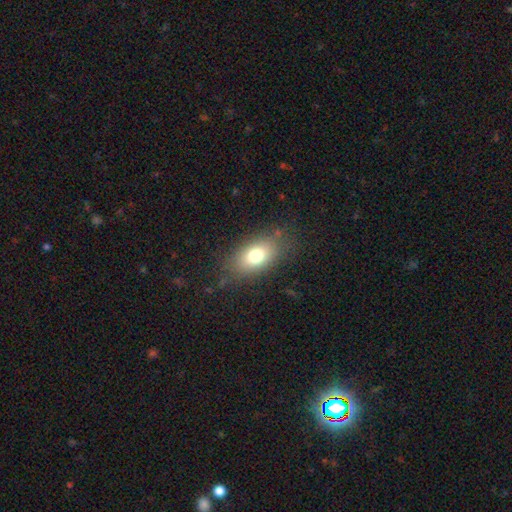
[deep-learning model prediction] smooth-or-featured: smooth: 75% | featured or disk: 15% | star or artifact: 10%
  how-rounded: in between: 87% | round: 10% | cigar-shaped: 3%
  merging: none: 79% | minor disturbance: 14% | major disturbance: 6% | merger: 1%